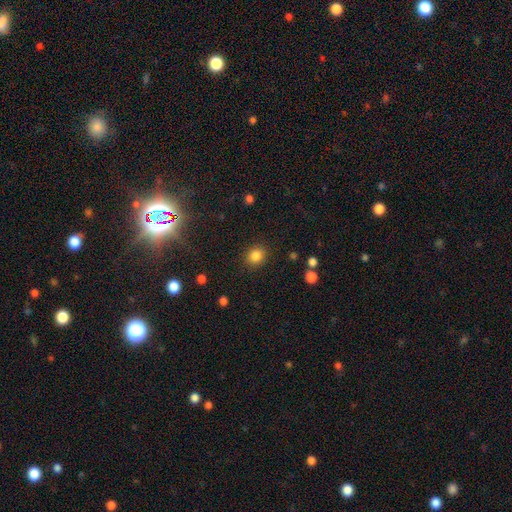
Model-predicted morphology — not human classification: The model was most divided on "how rounded": round: 77%, in between: 22%, cigar-shaped: 1%. More confident: merging — none (89%); smooth or featured — smooth (84%).